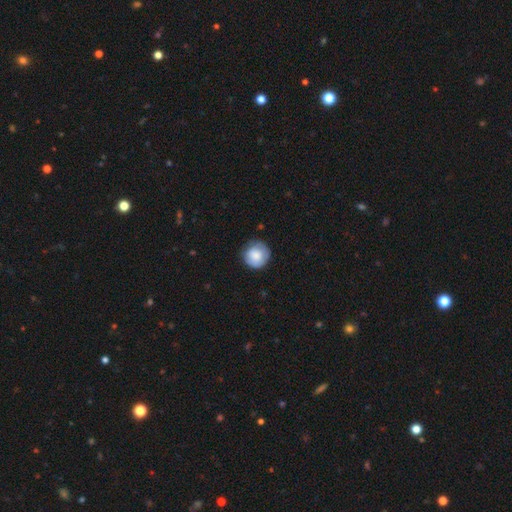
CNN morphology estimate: Smooth or featured? Predicted: smooth (p=0.77). How rounded? Predicted: round (p=0.93). Merging? Predicted: none (p=0.74).